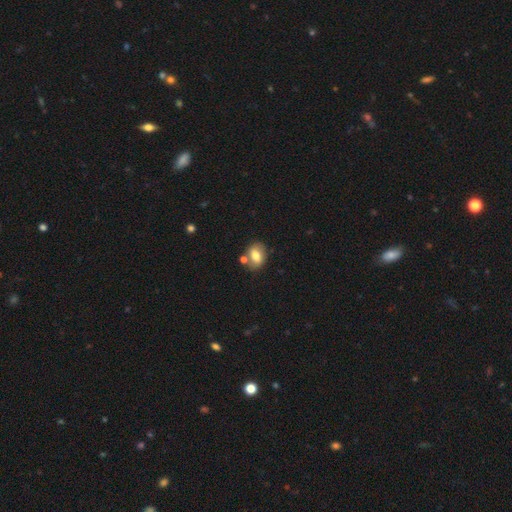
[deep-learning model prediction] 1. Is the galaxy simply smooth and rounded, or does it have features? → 74% smooth, 18% featured or disk, 9% star or artifact.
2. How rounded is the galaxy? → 65% in between, 34% round, 1% cigar-shaped.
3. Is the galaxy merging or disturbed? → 65% none, 17% merger, 14% minor disturbance, 4% major disturbance.